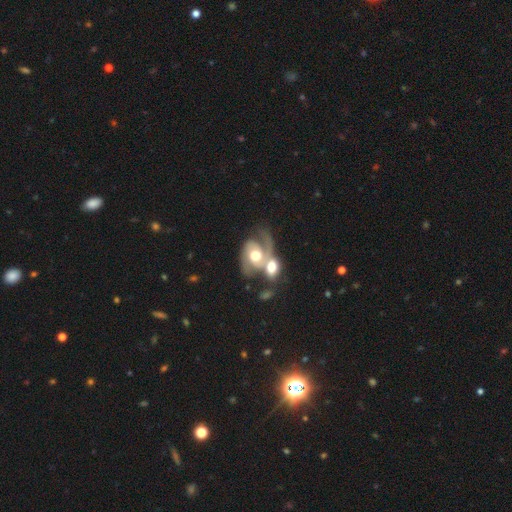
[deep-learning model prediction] smooth_or_featured: featured or disk (p=0.71) [alt: smooth p=0.23]
disk_edge_on: no (p=0.97) [alt: yes p=0.03]
bar: no (p=0.71) [alt: weak p=0.23]
has_spiral_arms: yes (p=0.86) [alt: no p=0.14]
spiral_winding: medium (p=0.43) [alt: loose p=0.34]
spiral_arm_count: 2 (p=0.65) [alt: 1 p=0.23]
bulge_size: moderate (p=0.61) [alt: large p=0.27]
merging: merger (p=0.66) [alt: none p=0.14]